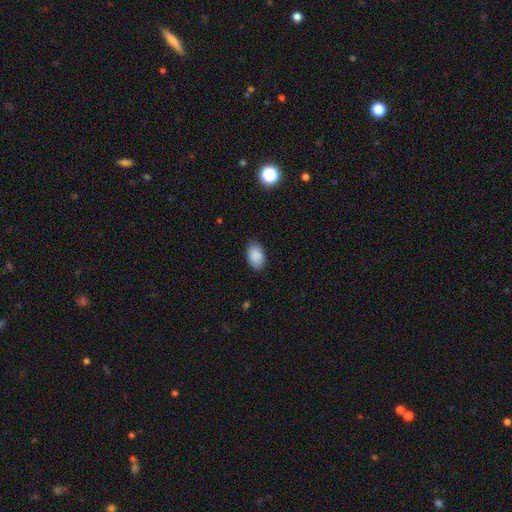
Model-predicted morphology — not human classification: A smooth galaxy with no disk features (90%) that is in between round and cigar-shaped (93%). Merging: none (86%).